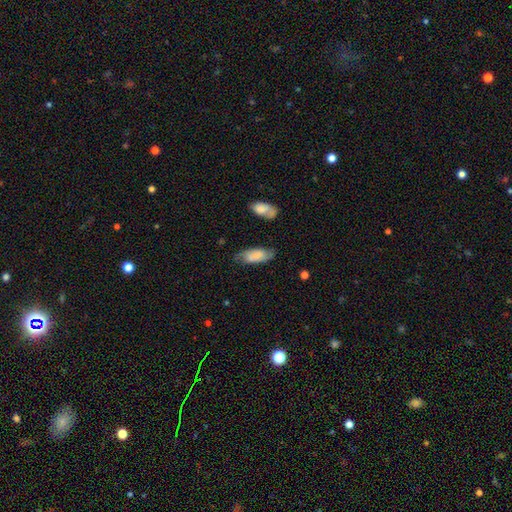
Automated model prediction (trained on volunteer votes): A smooth galaxy with no disk features (61%) that is in between round and cigar-shaped (80%). Merging: none (68%).